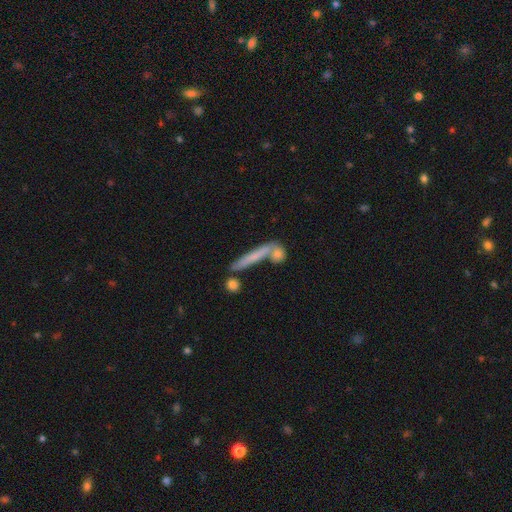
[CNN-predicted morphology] This appears to be a smooth galaxy with no disk features (56%) that is cigar-shaped (88%). Merging: none (63%).